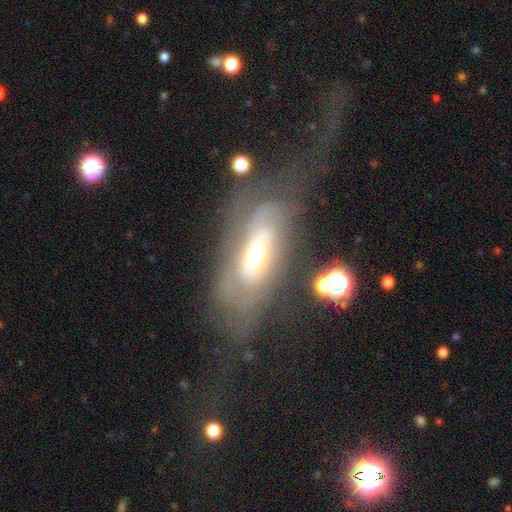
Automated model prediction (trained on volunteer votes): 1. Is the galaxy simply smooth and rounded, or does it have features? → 71% featured or disk, 21% smooth, 8% star or artifact.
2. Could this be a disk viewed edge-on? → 87% no, 13% yes.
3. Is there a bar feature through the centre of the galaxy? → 57% no, 30% weak, 13% strong.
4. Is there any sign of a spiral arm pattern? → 68% yes, 32% no.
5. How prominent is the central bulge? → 66% moderate, 16% small, 14% large, 2% dominant, 1% none.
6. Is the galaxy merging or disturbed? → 42% major disturbance, 34% none, 19% minor disturbance, 5% merger.